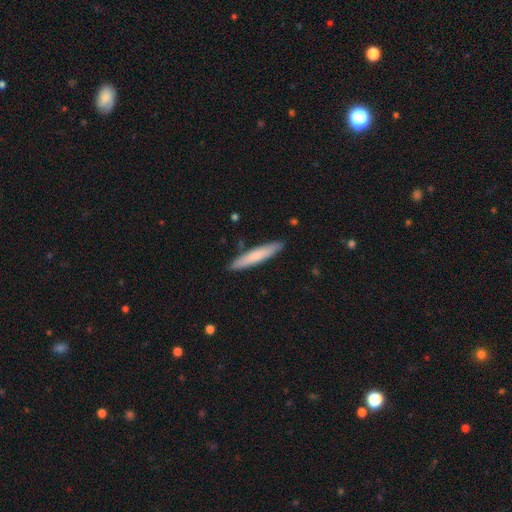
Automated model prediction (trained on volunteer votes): Smooth or featured: smooth — 69% (featured or disk — 26%)
How rounded: cigar-shaped — 92% (in between — 7%)
Merging: none — 89% (minor disturbance — 8%)